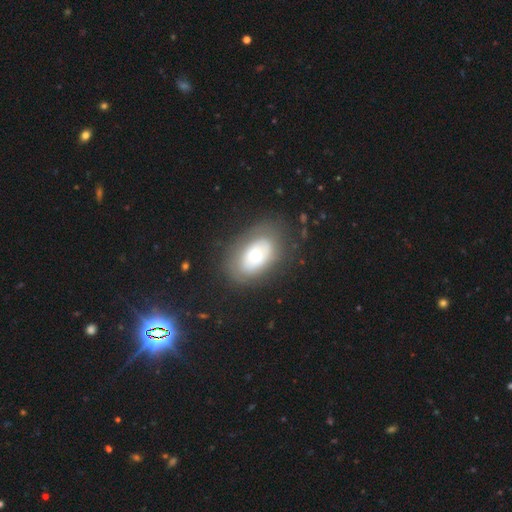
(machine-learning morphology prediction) Smooth or featured?
  - smooth: 48% *
  - featured or disk: 44%
  - star or artifact: 8%
Merging?
  - none: 76% *
  - minor disturbance: 14%
  - major disturbance: 8%
  - merger: 1%